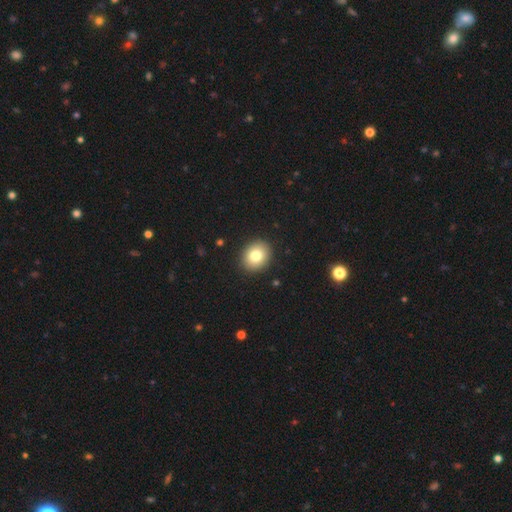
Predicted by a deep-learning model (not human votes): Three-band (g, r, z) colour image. It shows a smooth galaxy with no disk features (79%) that is round (63%). Merging: none (91%).